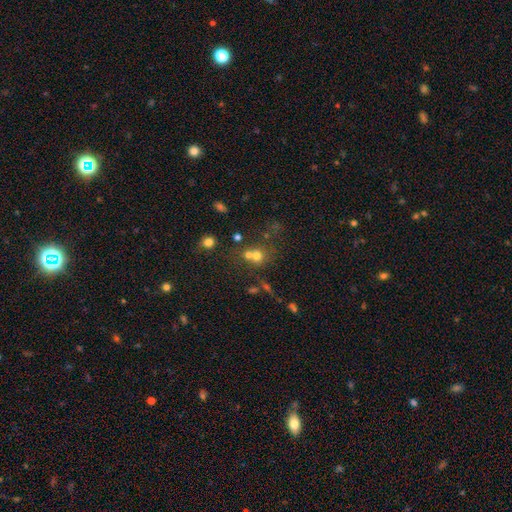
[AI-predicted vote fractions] This is likely a smooth galaxy (64%). How rounded: clearly round (81%). Merging: possibly merger (47%).